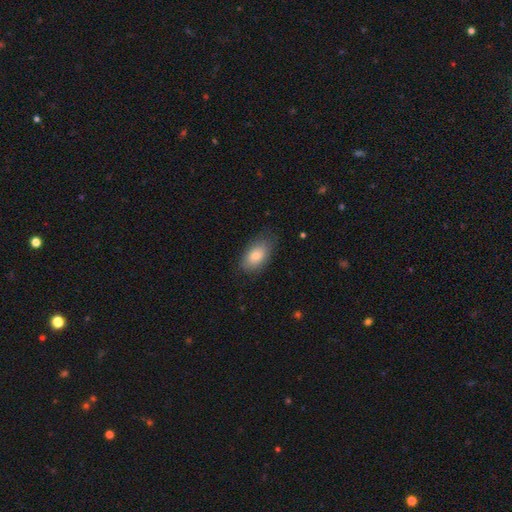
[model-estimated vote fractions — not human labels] smooth_or_featured: smooth (p=0.80) [alt: featured or disk p=0.13]
how_rounded: in between (p=0.92) [alt: round p=0.05]
merging: none (p=0.77) [alt: minor disturbance p=0.18]